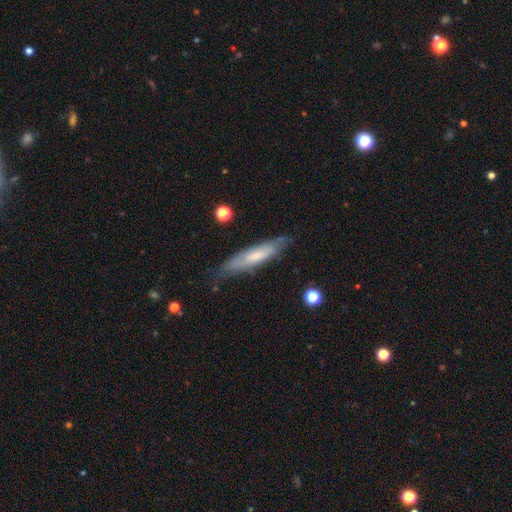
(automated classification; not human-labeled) smooth-or-featured: smooth: 51% | featured or disk: 43% | star or artifact: 7%
  how-rounded: cigar-shaped: 75% | in between: 23% | round: 1%
  merging: none: 72% | minor disturbance: 21% | major disturbance: 5% | merger: 2%